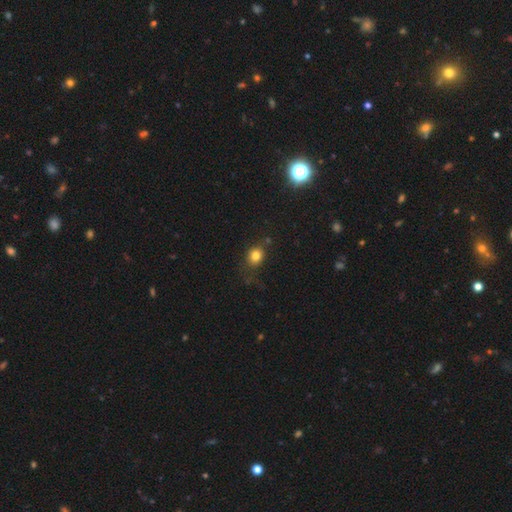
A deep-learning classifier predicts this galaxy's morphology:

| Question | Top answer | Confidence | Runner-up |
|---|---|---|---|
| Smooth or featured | smooth | 80% | star or artifact (12%) |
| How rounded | round | 67% | in between (32%) |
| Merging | none | 73% | minor disturbance (18%) |